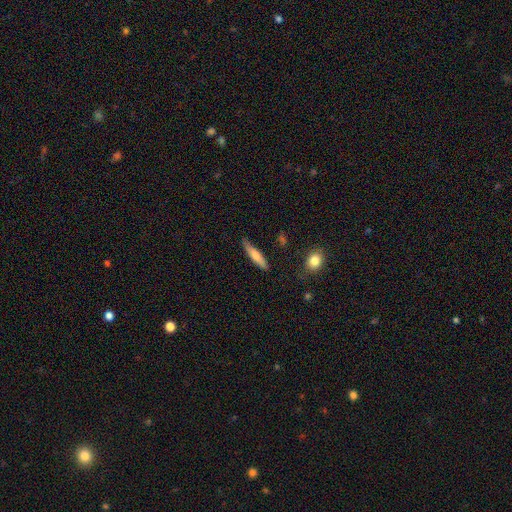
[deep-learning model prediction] A smooth galaxy with no disk features (69%) that is cigar-shaped (85%). Merging: none (74%).